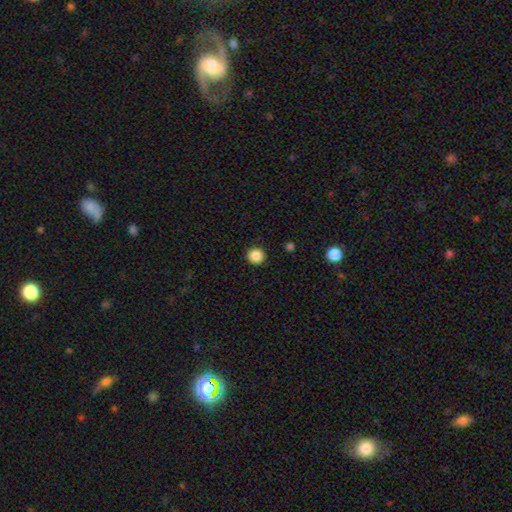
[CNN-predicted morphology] type=smooth (87%); roundness=round (94%); merging=none (92%).